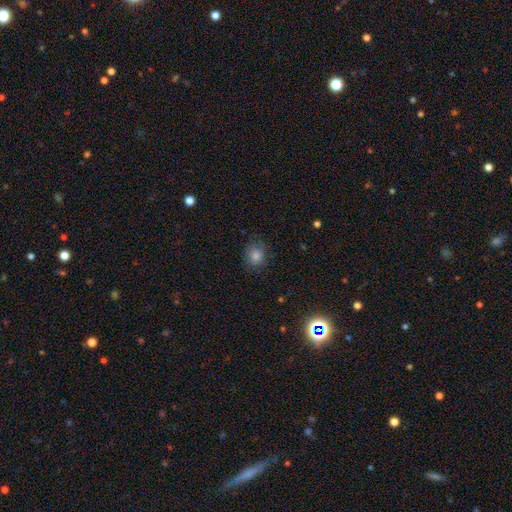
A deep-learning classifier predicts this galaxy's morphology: This is likely a smooth galaxy (74%). How rounded: likely round (76%). Merging: clearly none (82%).